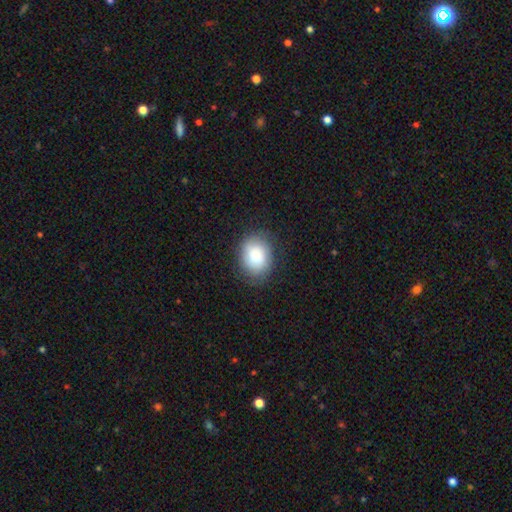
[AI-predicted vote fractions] Smooth or featured?
  - smooth: 82% *
  - featured or disk: 10%
  - star or artifact: 8%
How rounded?
  - in between: 51% *
  - round: 48%
  - cigar-shaped: 1%
Merging?
  - none: 80% *
  - minor disturbance: 14%
  - major disturbance: 5%
  - merger: 1%